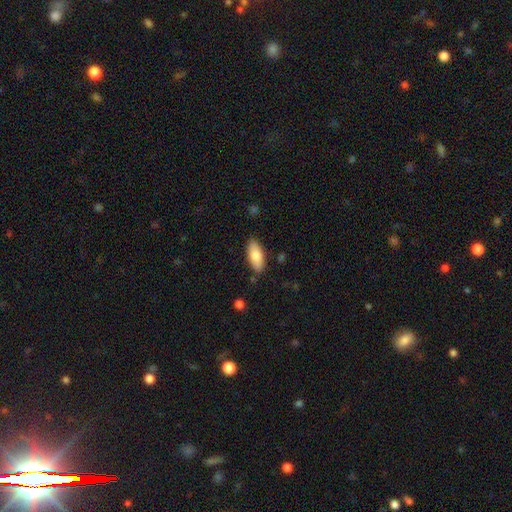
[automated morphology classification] smooth_or_featured: smooth (p=0.81) [alt: featured or disk p=0.13]
how_rounded: in between (p=0.85) [alt: cigar-shaped p=0.13]
merging: none (p=0.85) [alt: minor disturbance p=0.11]